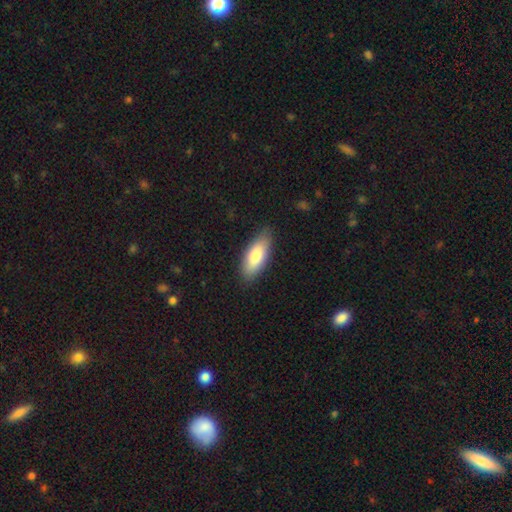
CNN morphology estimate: smooth 81%, featured or disk 14%, star or artifact 6%. Down the decision tree: how rounded — in between (77%); merging — none (84%).